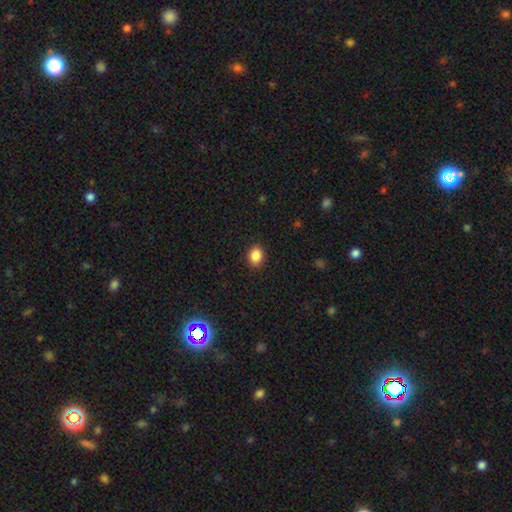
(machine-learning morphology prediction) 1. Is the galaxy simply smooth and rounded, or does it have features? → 86% smooth, 10% star or artifact, 4% featured or disk.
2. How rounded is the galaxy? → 51% in between, 48% round, 1% cigar-shaped.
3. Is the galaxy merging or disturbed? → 90% none, 7% minor disturbance, 2% major disturbance, 1% merger.